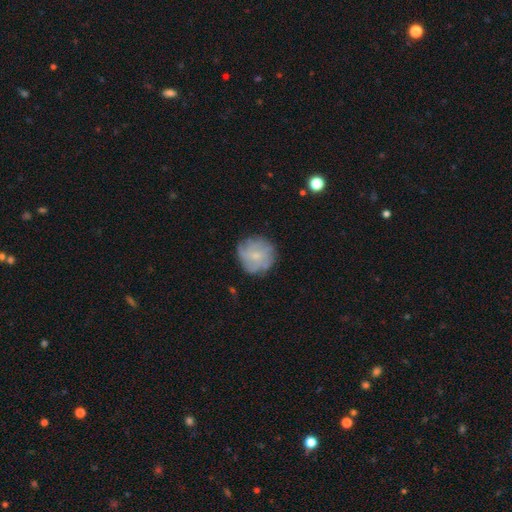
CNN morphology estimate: Smooth or featured: featured or disk — 48% (smooth — 43%)
Merging: none — 75% (minor disturbance — 17%)